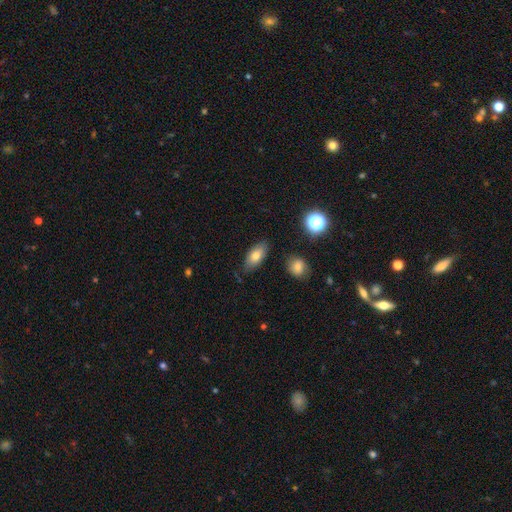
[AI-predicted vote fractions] This is likely a smooth galaxy (76%). How rounded: clearly in between (87%). Merging: likely none (79%).